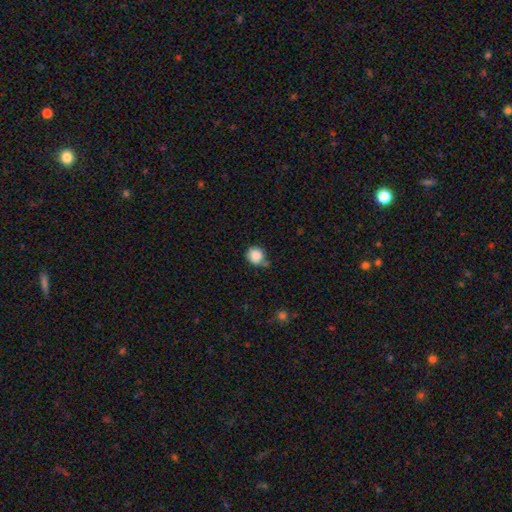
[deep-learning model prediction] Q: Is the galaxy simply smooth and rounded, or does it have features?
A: smooth — 87%.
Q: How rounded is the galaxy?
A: round — 87%.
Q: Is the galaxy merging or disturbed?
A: none — 68%.